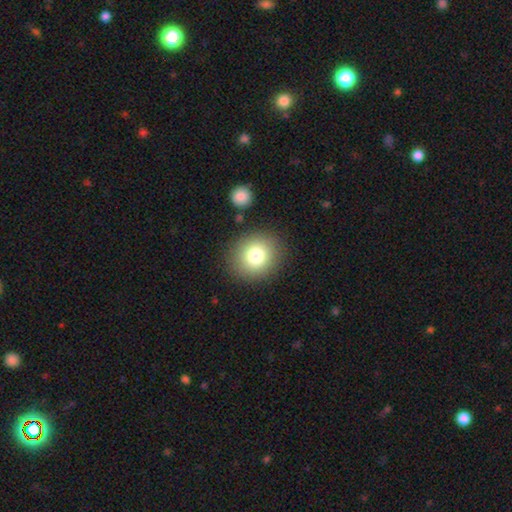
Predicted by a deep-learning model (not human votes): Smooth or featured?
  - smooth: 79% *
  - star or artifact: 11%
  - featured or disk: 10%
How rounded?
  - round: 85% *
  - in between: 15%
  - cigar-shaped: 1%
Merging?
  - none: 86% *
  - minor disturbance: 8%
  - major disturbance: 3%
  - merger: 3%